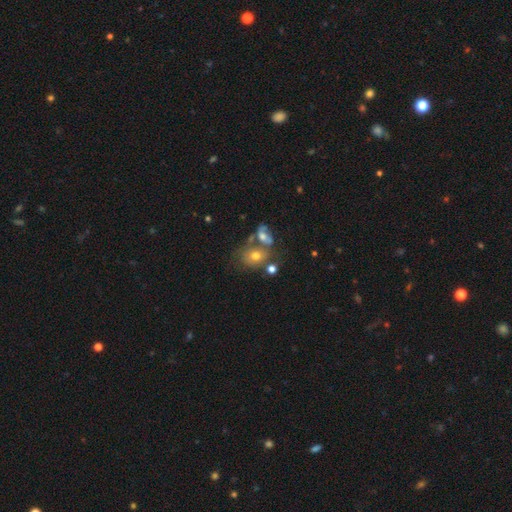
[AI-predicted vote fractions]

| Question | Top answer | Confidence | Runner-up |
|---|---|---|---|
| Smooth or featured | smooth | 45% | featured or disk (33%) |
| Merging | merger | 42% | tied: none (42%) |